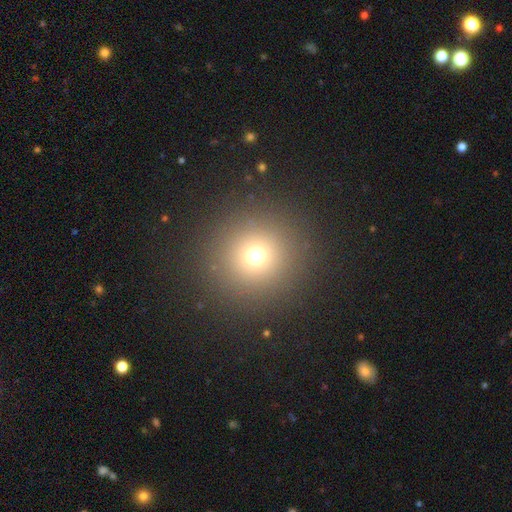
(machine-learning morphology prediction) Smooth or featured? Predicted: smooth (p=0.70). How rounded? Predicted: round (p=0.95). Merging? Predicted: none (p=0.90).